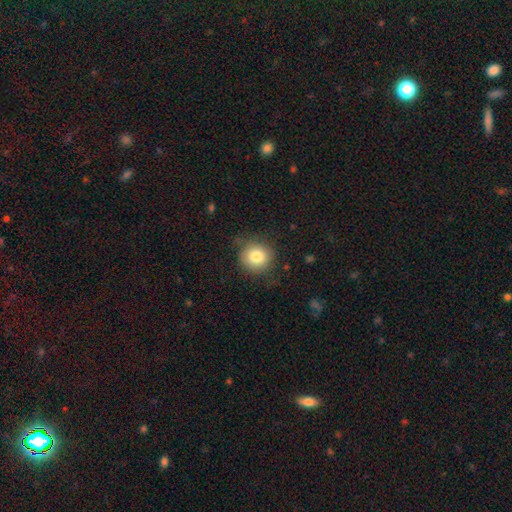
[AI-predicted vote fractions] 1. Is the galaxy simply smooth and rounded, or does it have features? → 81% smooth, 10% featured or disk, 9% star or artifact.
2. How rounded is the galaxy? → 90% round, 9% in between, 1% cigar-shaped.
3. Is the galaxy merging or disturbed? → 77% none, 16% minor disturbance, 5% major disturbance, 1% merger.